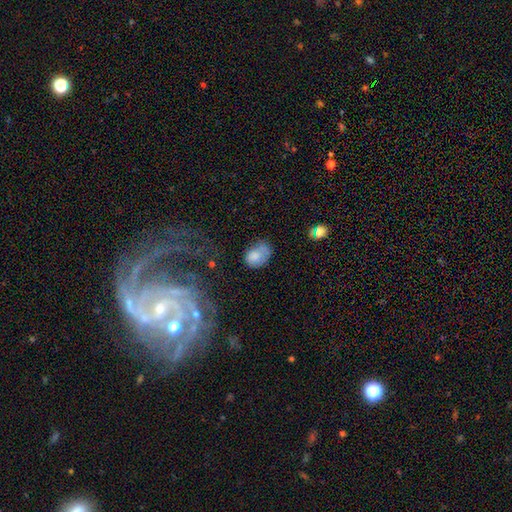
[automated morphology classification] type=smooth (76%); roundness=in between (74%); merging=none (42%).